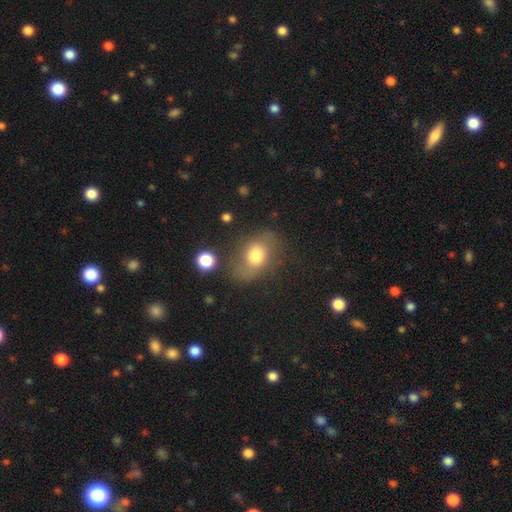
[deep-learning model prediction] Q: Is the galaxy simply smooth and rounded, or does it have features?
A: smooth — 65%.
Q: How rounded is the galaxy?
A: in between — 66%.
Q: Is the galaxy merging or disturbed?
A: none — 55%.